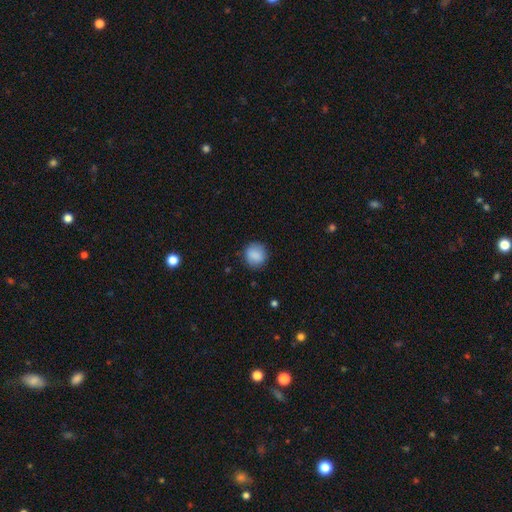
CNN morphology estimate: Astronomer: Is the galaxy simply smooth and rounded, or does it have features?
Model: smooth — 87%.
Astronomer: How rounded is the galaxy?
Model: round — 86%.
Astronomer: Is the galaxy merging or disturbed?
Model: none — 84%.